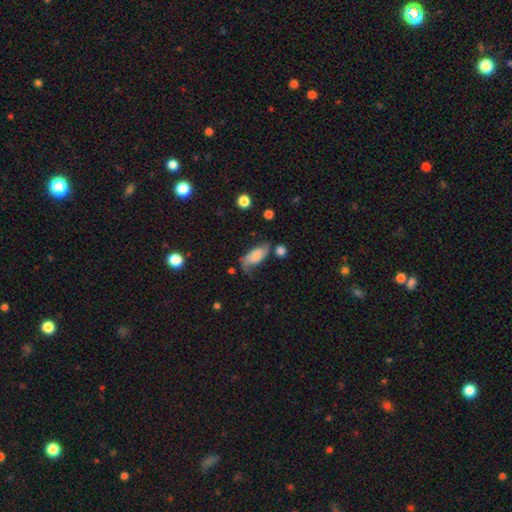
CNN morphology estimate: Q: Smooth or featured?
A: smooth (49%); runner-up: featured or disk (43%)
Q: Merging?
A: none (42%); runner-up: minor disturbance (31%)